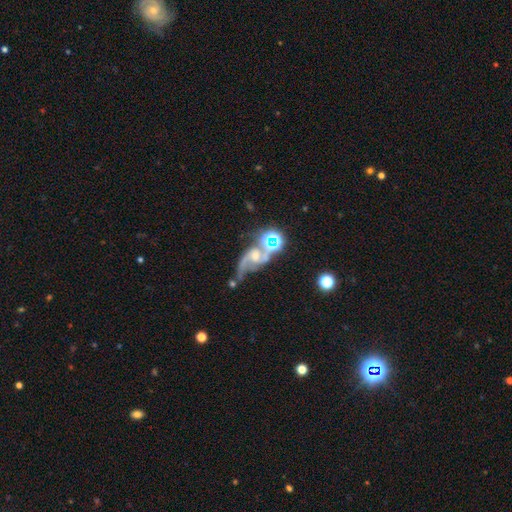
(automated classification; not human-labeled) Morphology: type=featured or disk (69%); edge-on=no (94%); bar=no (57%); spiral arms=yes (87%); winding=loose (57%); arm count=2 (76%); bulge=moderate (42%); merging=none (33%).